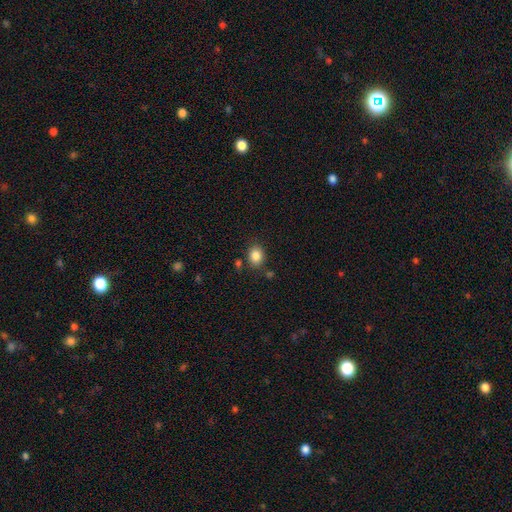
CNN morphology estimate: Smooth or featured? Predicted: smooth (p=0.85). How rounded? Predicted: in between (p=0.50). Merging? Predicted: none (p=0.80).